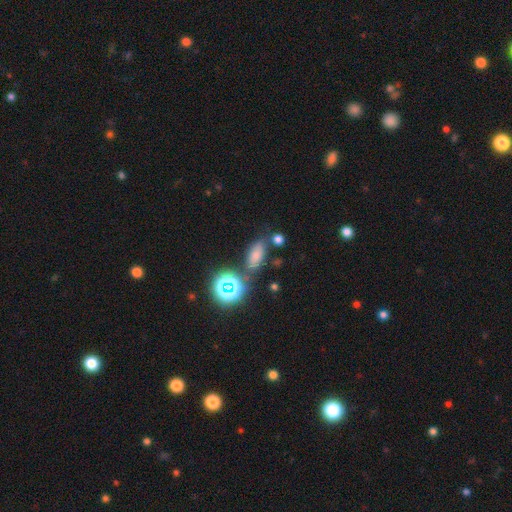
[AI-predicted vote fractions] This is likely a smooth galaxy (68%). How rounded: likely in between (77%). Merging: likely none (70%).